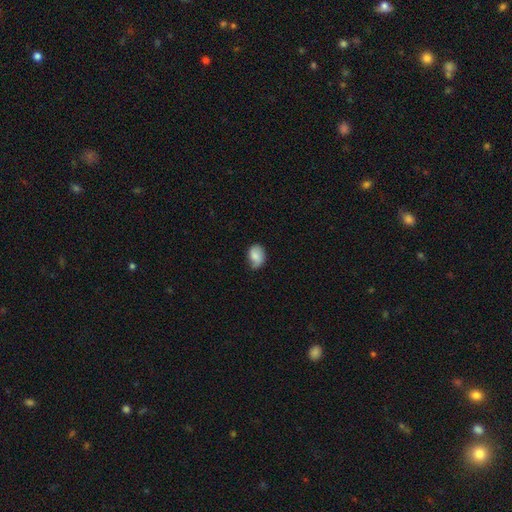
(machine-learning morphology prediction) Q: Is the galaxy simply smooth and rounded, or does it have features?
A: smooth — 74%.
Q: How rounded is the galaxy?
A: in between — 70%.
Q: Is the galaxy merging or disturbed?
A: none — 53%.